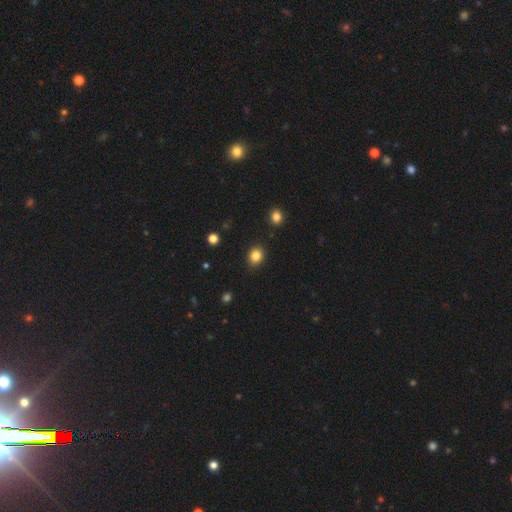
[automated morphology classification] smooth-or-featured: smooth: 84% | star or artifact: 11% | featured or disk: 5%
  how-rounded: round: 70% | in between: 30% | cigar-shaped: 1%
  merging: none: 89% | minor disturbance: 7% | major disturbance: 2% | merger: 1%